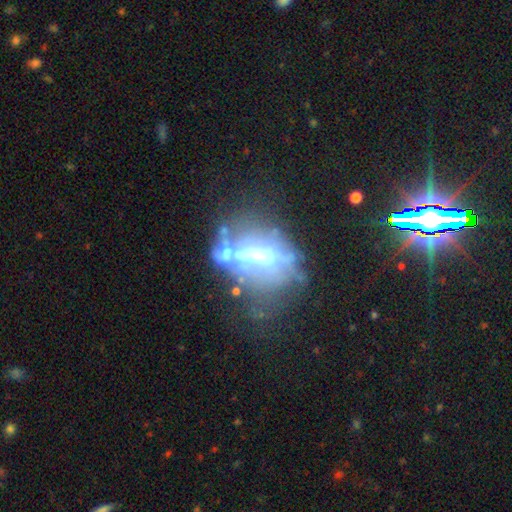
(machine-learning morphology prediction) This appears to be a featured or disk galaxy (64%) with a strong bar (43%), no spiral arms (83%) and a moderate central bulge (41%). Merging: none (32%).